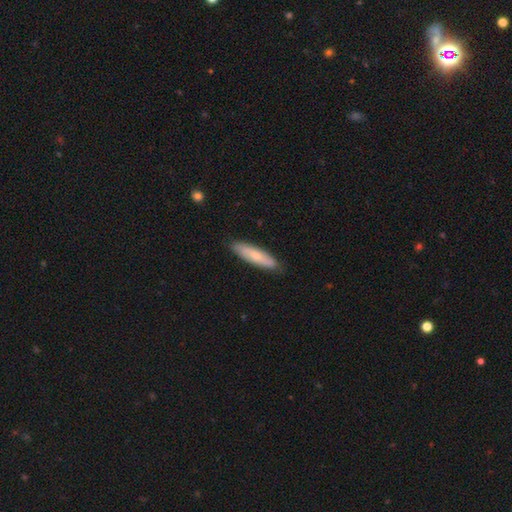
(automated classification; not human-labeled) Morphology: type=smooth (64%); roundness=cigar-shaped (65%); merging=none (86%).